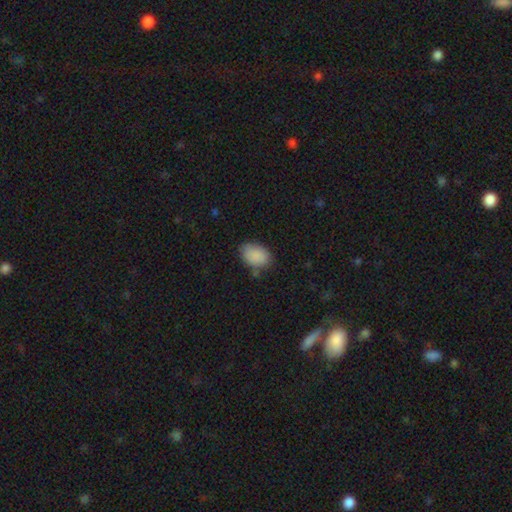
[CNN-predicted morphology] This appears to be a smooth galaxy with no disk features (88%) that is in between round and cigar-shaped (85%). Merging: none (73%).